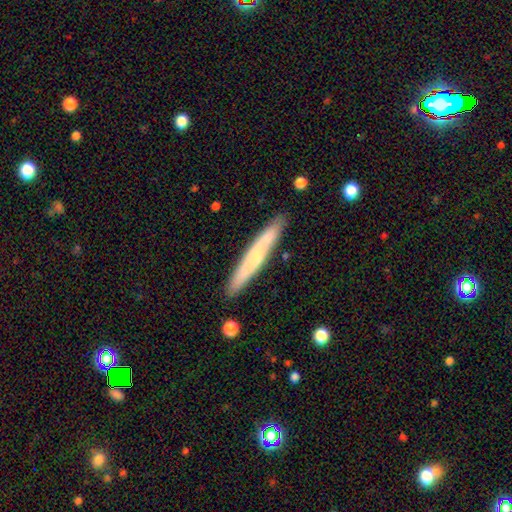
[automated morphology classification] A smooth galaxy with no disk features (55%) that is cigar-shaped (95%). Merging: none (87%).